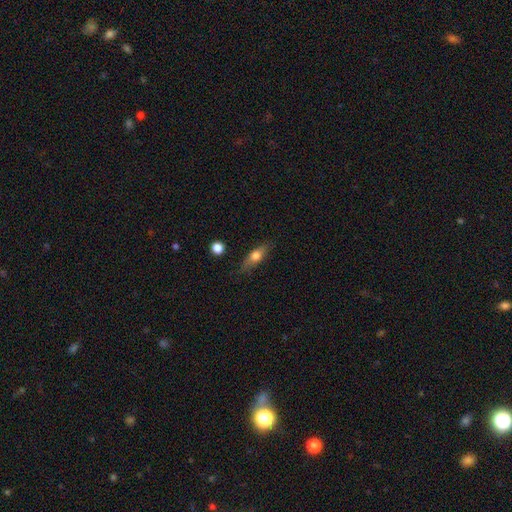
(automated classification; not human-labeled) Smooth or featured? smooth (61%)
How rounded? in between (51%)
Merging? none (80%)